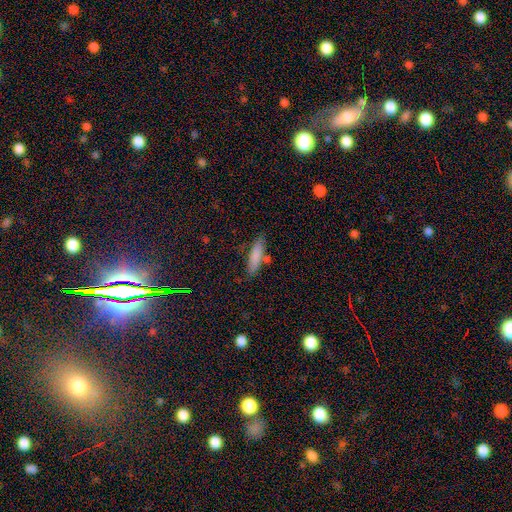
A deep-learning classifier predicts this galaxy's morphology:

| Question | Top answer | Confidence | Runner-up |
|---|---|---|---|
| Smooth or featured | smooth | 81% | featured or disk (11%) |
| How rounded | cigar-shaped | 66% | in between (32%) |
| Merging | none | 73% | minor disturbance (15%) |